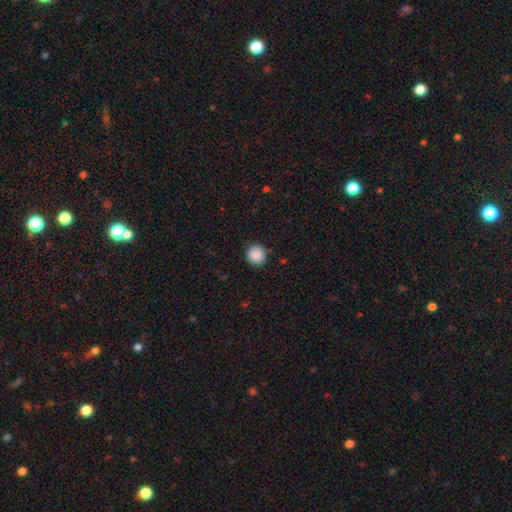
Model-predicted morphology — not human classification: This is clearly a smooth galaxy (89%). How rounded: clearly round (94%). Merging: clearly none (90%).